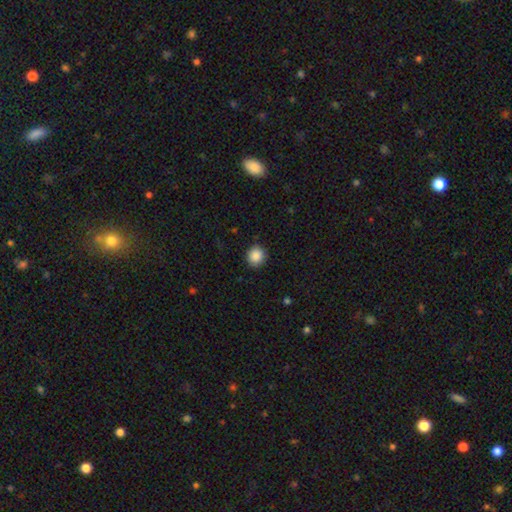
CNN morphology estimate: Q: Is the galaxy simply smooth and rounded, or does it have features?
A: smooth — 88%.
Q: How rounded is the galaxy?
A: round — 87%.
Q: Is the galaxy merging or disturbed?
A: none — 90%.